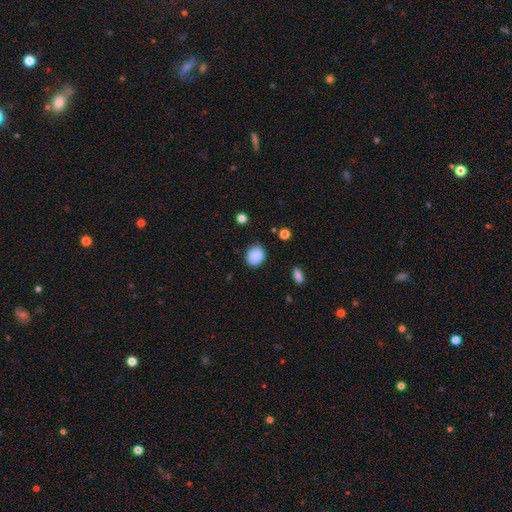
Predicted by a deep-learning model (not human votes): Smooth or featured?
  - smooth: 87% *
  - star or artifact: 8%
  - featured or disk: 5%
How rounded?
  - round: 60% *
  - in between: 39%
  - cigar-shaped: 1%
Merging?
  - none: 81% *
  - minor disturbance: 14%
  - major disturbance: 3%
  - merger: 2%